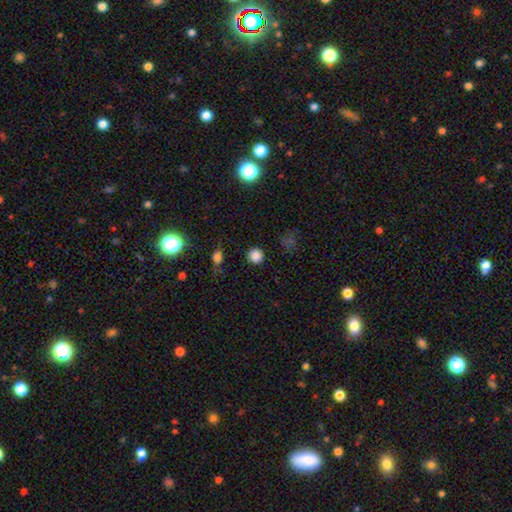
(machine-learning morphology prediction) Smooth or featured: smooth — 83% (star or artifact — 14%)
How rounded: round — 94% (in between — 5%)
Merging: none — 90% (minor disturbance — 6%)